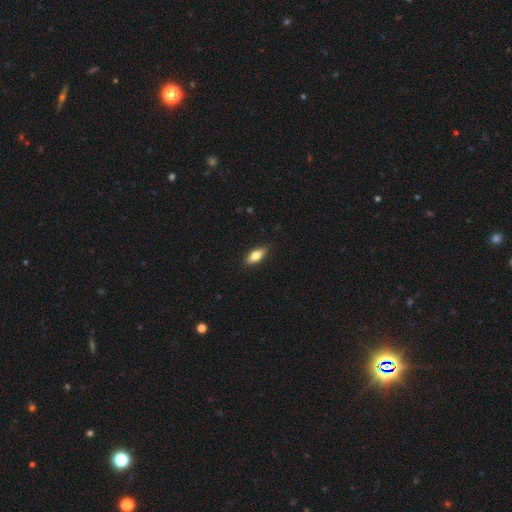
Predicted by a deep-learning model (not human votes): Smooth or featured?
  - smooth: 67% *
  - featured or disk: 26%
  - star or artifact: 7%
How rounded?
  - in between: 75% *
  - cigar-shaped: 22%
  - round: 4%
Merging?
  - none: 87% *
  - minor disturbance: 10%
  - major disturbance: 2%
  - merger: 1%